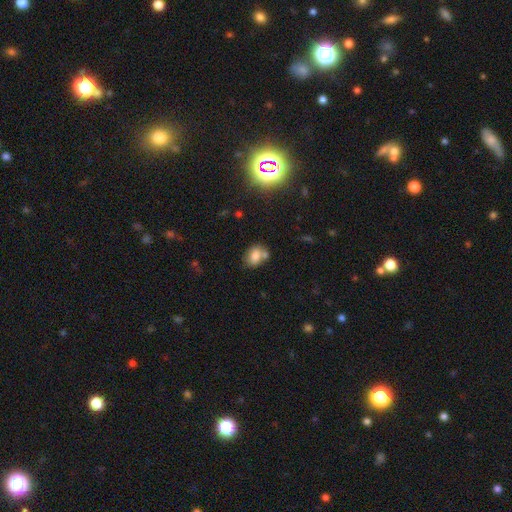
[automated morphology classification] Smooth or featured?
  - smooth: 78% *
  - featured or disk: 12%
  - star or artifact: 11%
How rounded?
  - in between: 67% *
  - round: 32%
  - cigar-shaped: 1%
Merging?
  - none: 48% *
  - merger: 32%
  - minor disturbance: 15%
  - major disturbance: 5%